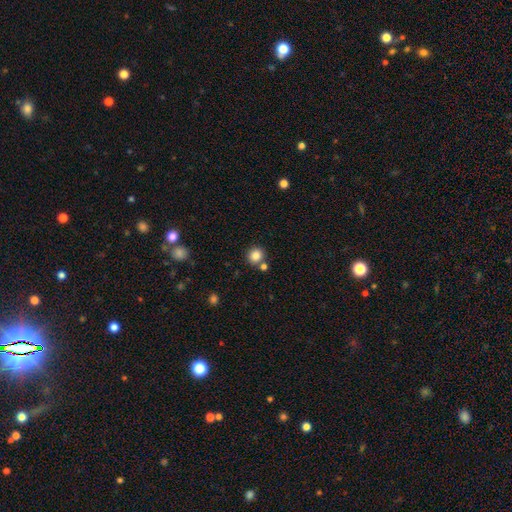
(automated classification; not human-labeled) Q: Smooth or featured?
A: smooth (84%); runner-up: star or artifact (11%)
Q: How rounded?
A: round (87%); runner-up: in between (12%)
Q: Merging?
A: none (75%); runner-up: merger (14%)